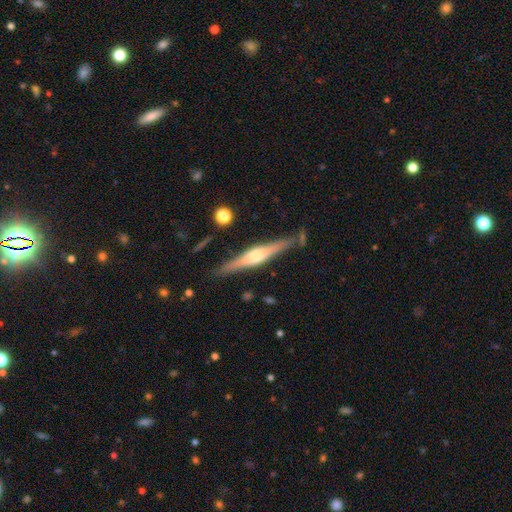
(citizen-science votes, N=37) Overall: featured or disk (86%). Edge-on disk: yes (100%). Edge-on bulge: rounded (94%). Merging: none (80%).